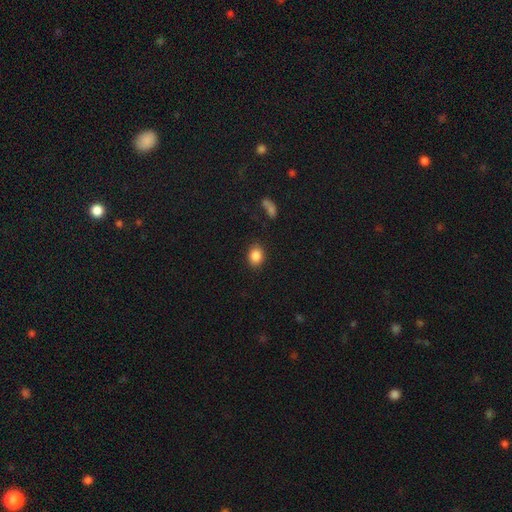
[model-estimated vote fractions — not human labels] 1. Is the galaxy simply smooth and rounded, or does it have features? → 87% smooth, 9% star or artifact, 4% featured or disk.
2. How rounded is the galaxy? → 53% in between, 46% round, 1% cigar-shaped.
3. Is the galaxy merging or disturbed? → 85% none, 10% minor disturbance, 3% major disturbance, 2% merger.